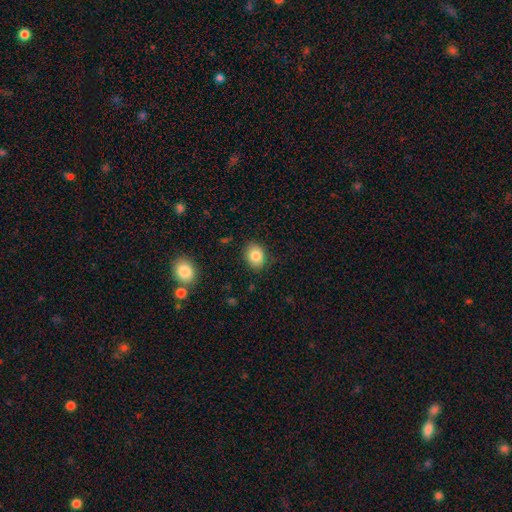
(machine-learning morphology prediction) Q: Smooth or featured?
A: smooth (84%); runner-up: star or artifact (9%)
Q: How rounded?
A: in between (57%); runner-up: round (42%)
Q: Merging?
A: none (84%); runner-up: minor disturbance (12%)